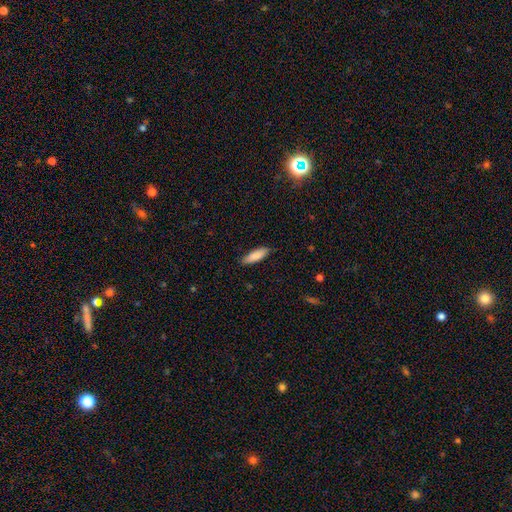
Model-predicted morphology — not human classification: This is clearly a smooth galaxy (87%). How rounded: possibly cigar-shaped (51%). Merging: clearly none (86%).